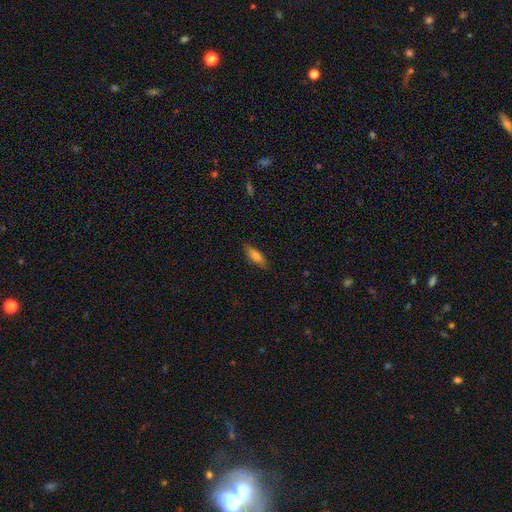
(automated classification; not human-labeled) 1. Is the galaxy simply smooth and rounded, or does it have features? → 73% smooth, 19% featured or disk, 8% star or artifact.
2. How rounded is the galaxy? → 54% in between, 44% cigar-shaped, 2% round.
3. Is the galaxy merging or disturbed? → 85% none, 12% minor disturbance, 2% major disturbance, 1% merger.